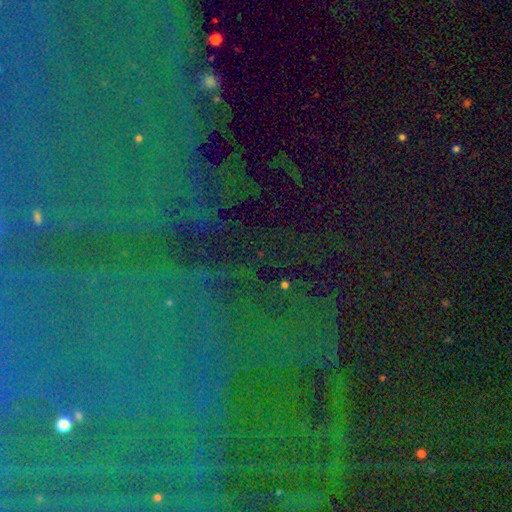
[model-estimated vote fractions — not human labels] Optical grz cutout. It shows a star or artifact, not a galaxy (83%).